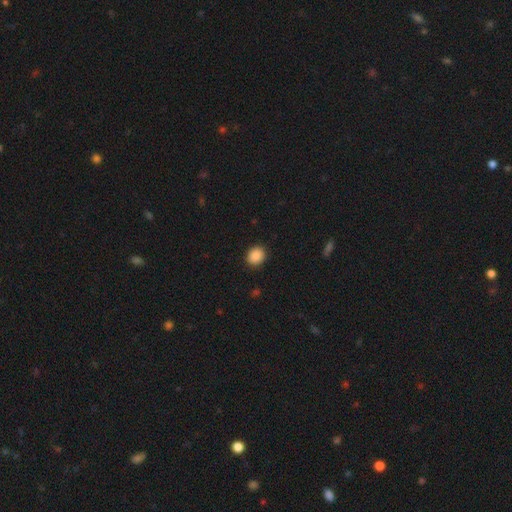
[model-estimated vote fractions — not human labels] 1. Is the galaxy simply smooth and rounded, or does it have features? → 89% smooth, 8% star or artifact, 2% featured or disk.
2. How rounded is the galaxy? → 67% round, 32% in between, 1% cigar-shaped.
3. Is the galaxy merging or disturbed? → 90% none, 7% minor disturbance, 2% major disturbance, 1% merger.